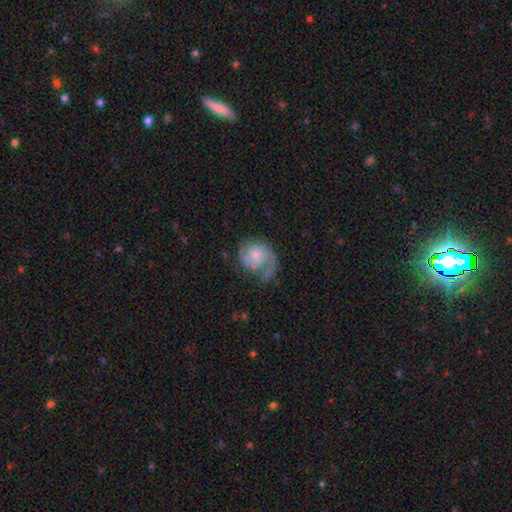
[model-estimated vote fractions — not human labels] A featured or disk galaxy (69%) with no bar (73%), 1 (59%) medium (39%) spiral arms (91%) and a moderate central bulge (38%).

Vote fractions:
- Smooth or featured? featured or disk: 69% / smooth: 25% / star or artifact: 6%
- Edge-on disk? no: 98% / yes: 2%
- Bar? no: 73% / weak: 24% / strong: 3%
- Spiral arms? yes: 91% / no: 9%
- Spiral winding? medium: 39% / tight: 32% / loose: 28%
- Spiral arm count? 1: 59% / 2: 30% / can't tell: 7% / 3: 2% / 4: 1% / more than 4: 1%
- Bulge size? moderate: 38% / small: 37% / none: 12% / large: 10% / dominant: 2%
- Merging? none: 43% / major disturbance: 31% / minor disturbance: 22% / merger: 3%